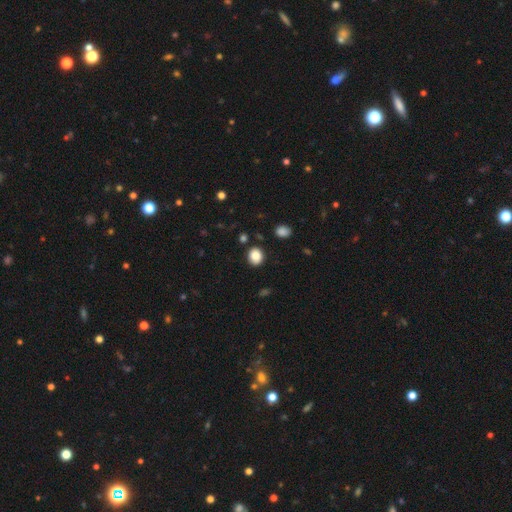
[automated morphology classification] The model was most divided on "how rounded": round: 62%, in between: 37%, cigar-shaped: 1%. More confident: merging — none (87%); smooth or featured — smooth (86%).